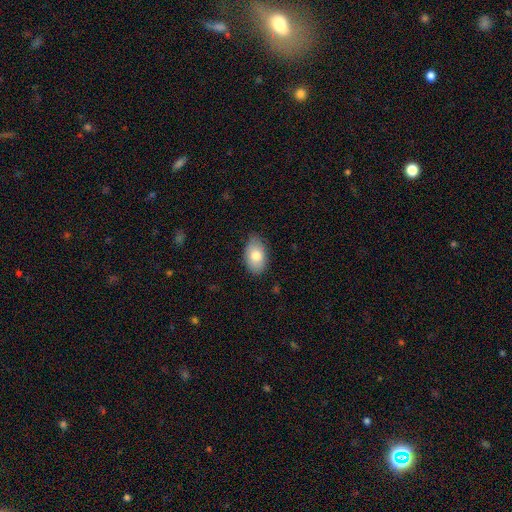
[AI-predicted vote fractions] Smooth or featured? smooth (78%)
How rounded? in between (92%)
Merging? none (80%)